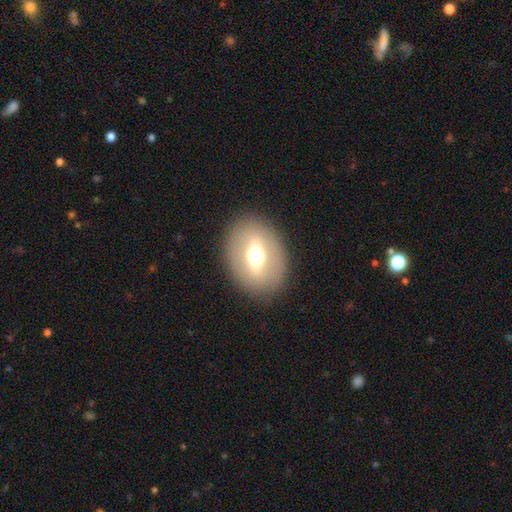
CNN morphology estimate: type=smooth (45%, tied with featured or disk); merging=none (85%).